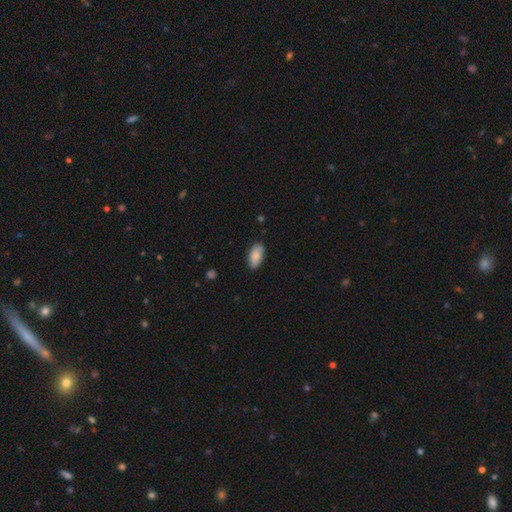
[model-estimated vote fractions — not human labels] Morphology: type=smooth (84%); roundness=in between (93%); merging=none (84%).